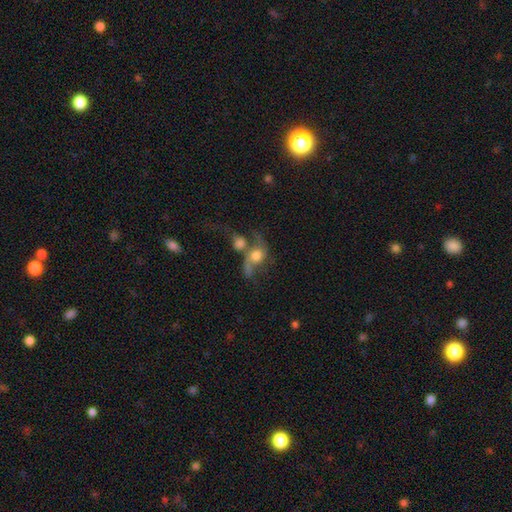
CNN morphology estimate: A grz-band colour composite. It shows a featured or disk galaxy (48%). Merging: merger (62%).